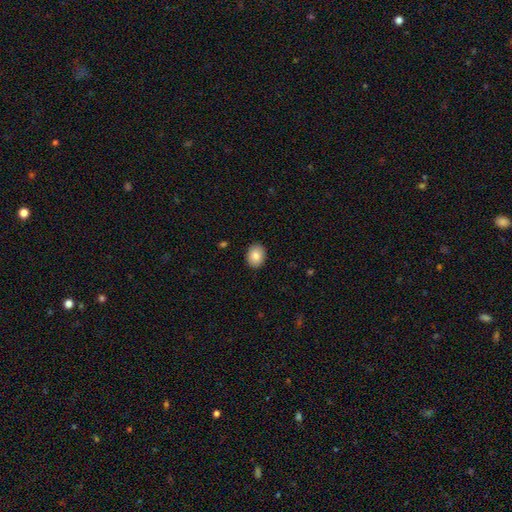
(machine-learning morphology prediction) A smooth galaxy with no disk features (84%) that is in between round and cigar-shaped (58%). Merging: none (90%).